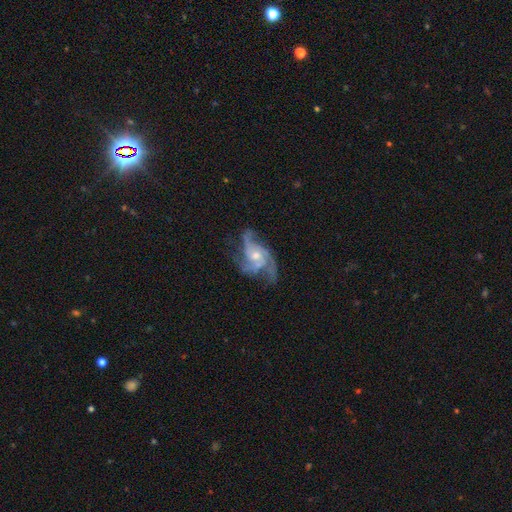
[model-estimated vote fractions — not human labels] Smooth or featured? featured or disk (87%)
Edge-on disk? no (97%)
Bar? no (69%)
Spiral arms? yes (95%)
Spiral winding? medium (51%)
Spiral arm count? 3 (49%)
Bulge size? moderate (58%)
Merging? none (54%)